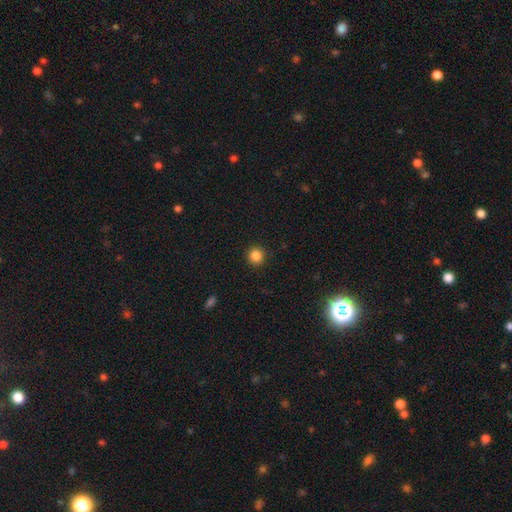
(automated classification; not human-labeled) smooth-or-featured: smooth: 85% | star or artifact: 11% | featured or disk: 4%
  how-rounded: round: 94% | in between: 5% | cigar-shaped: 1%
  merging: none: 92% | minor disturbance: 5% | major disturbance: 2% | merger: 1%